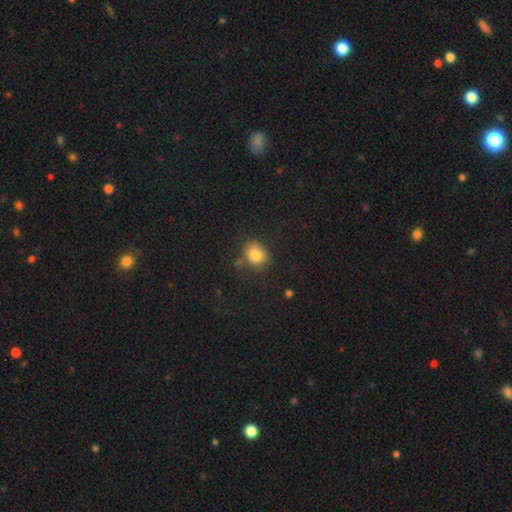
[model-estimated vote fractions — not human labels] This appears to be a smooth galaxy with no disk features (81%) that is round (65%). Merging: none (72%).